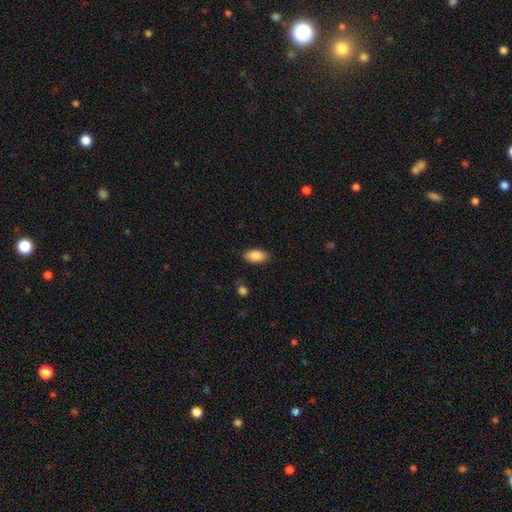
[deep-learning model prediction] smooth-or-featured: smooth: 88% | star or artifact: 7% | featured or disk: 5%
  how-rounded: in between: 91% | cigar-shaped: 6% | round: 3%
  merging: none: 86% | minor disturbance: 10% | major disturbance: 3% | merger: 1%